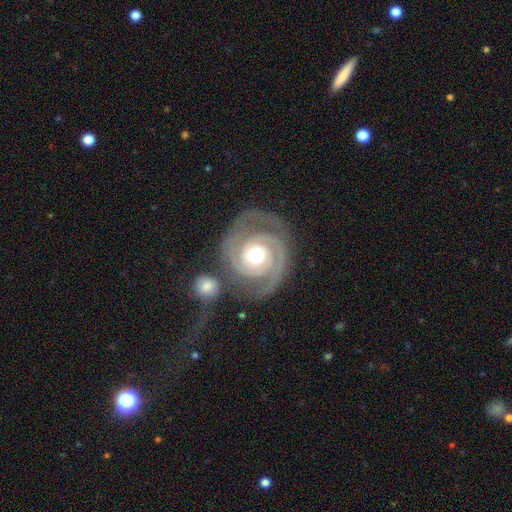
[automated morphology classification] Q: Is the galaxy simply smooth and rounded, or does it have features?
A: featured or disk — 92%.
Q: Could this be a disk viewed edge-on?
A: no — 98%.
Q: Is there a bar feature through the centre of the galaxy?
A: no — 70%.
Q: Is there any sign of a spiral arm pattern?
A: yes — 98%.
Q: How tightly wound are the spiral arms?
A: tight — 76%.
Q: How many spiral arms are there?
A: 2 — 88%.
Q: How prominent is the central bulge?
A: moderate — 73%.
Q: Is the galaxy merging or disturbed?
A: none — 71%.